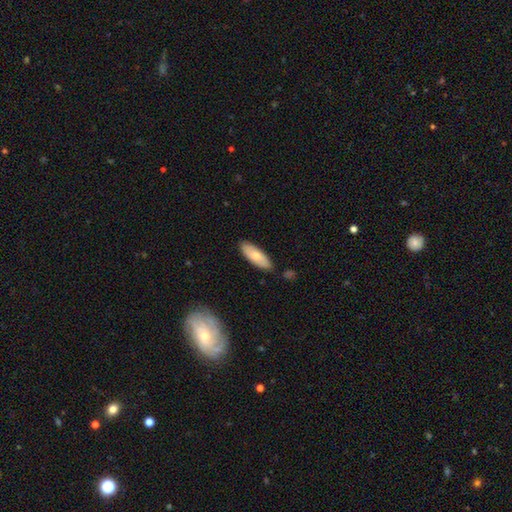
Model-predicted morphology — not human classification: Smooth or featured? smooth (73%)
How rounded? in between (68%)
Merging? none (84%)